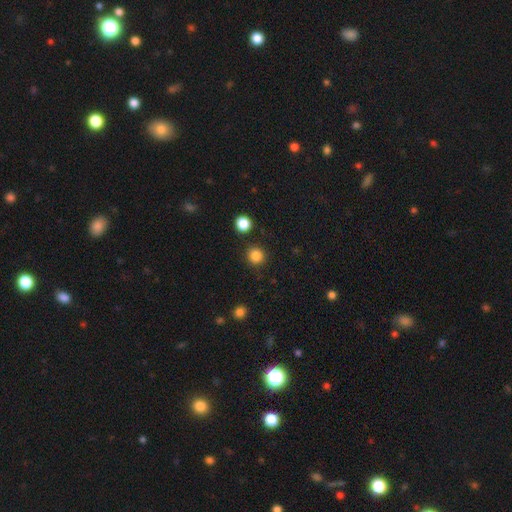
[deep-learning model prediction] Smooth or featured? smooth (85%)
How rounded? round (93%)
Merging? none (90%)